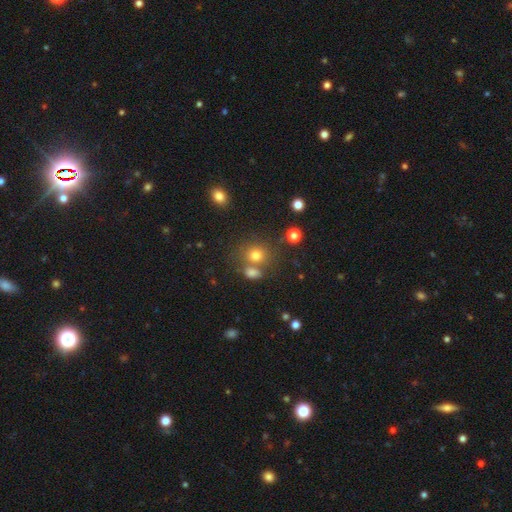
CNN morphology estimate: Smooth or featured?
  - smooth: 75% *
  - star or artifact: 16%
  - featured or disk: 10%
How rounded?
  - round: 75% *
  - in between: 24%
  - cigar-shaped: 1%
Merging?
  - none: 60% *
  - merger: 24%
  - minor disturbance: 11%
  - major disturbance: 5%